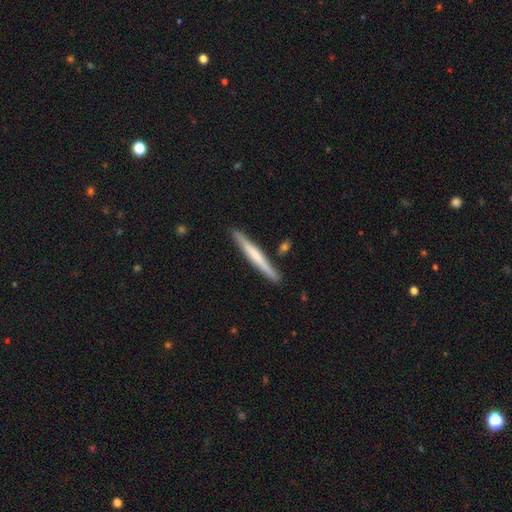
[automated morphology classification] Overall: smooth (49%; featured or disk 46%). Merging: none (87%).